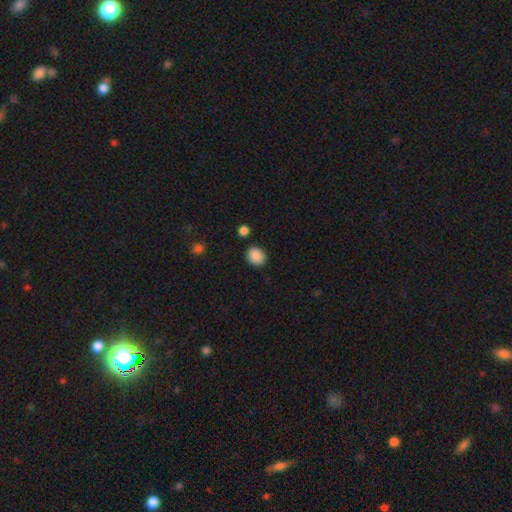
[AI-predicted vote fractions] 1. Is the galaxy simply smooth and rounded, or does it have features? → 88% smooth, 8% star or artifact, 3% featured or disk.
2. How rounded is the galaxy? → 67% round, 32% in between, 1% cigar-shaped.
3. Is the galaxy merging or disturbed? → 84% none, 10% minor disturbance, 3% merger, 3% major disturbance.